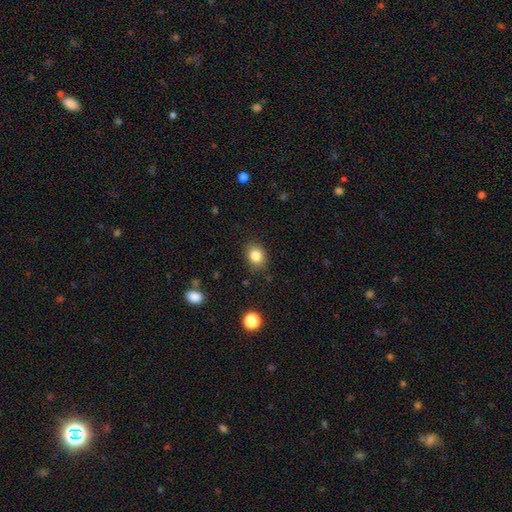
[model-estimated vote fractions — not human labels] Smooth or featured? Predicted: smooth (p=0.84). How rounded? Predicted: round (p=0.50). Merging? Predicted: none (p=0.83).